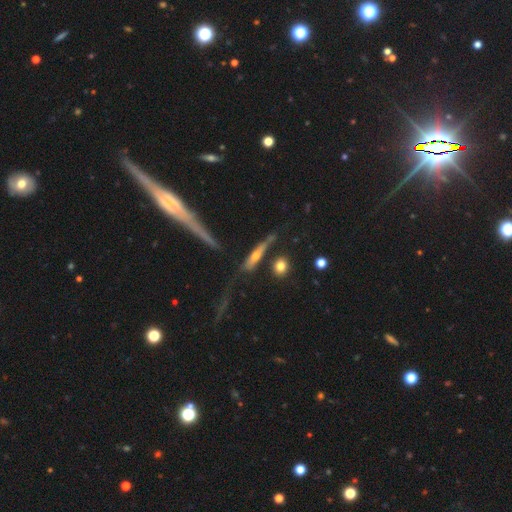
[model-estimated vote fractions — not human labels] This is possibly a smooth galaxy (48%). Merging: likely none (63%).